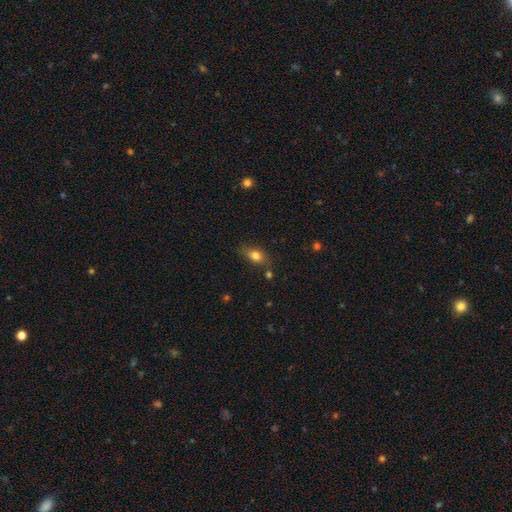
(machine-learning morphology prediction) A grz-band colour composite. It shows a smooth galaxy with no disk features (77%) that is in between round and cigar-shaped (77%). Merging: none (73%).